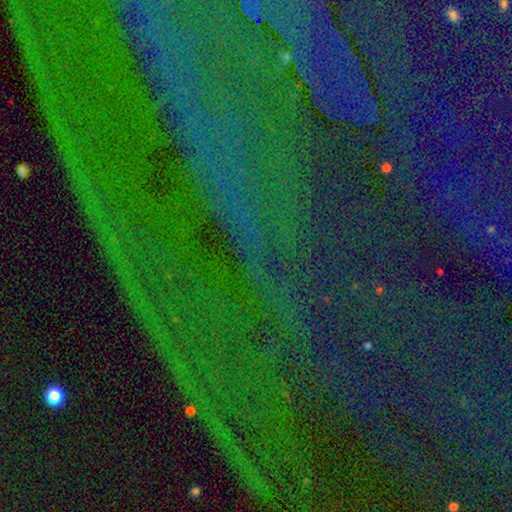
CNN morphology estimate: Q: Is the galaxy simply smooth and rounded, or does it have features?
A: star or artifact — 87%.